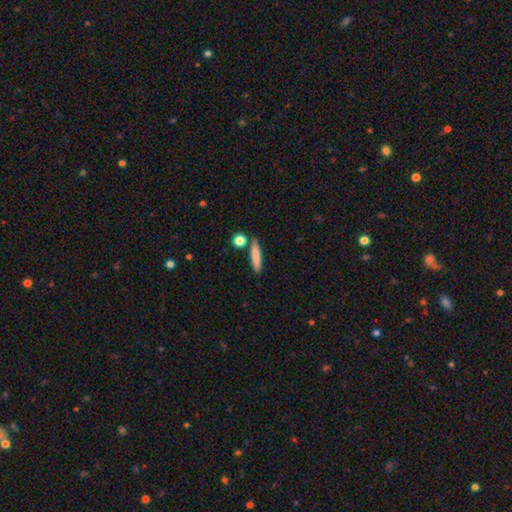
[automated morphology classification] smooth-or-featured: smooth: 81% | featured or disk: 12% | star or artifact: 7%
  how-rounded: cigar-shaped: 82% | in between: 13% | round: 5%
  merging: none: 80% | minor disturbance: 10% | merger: 7% | major disturbance: 3%